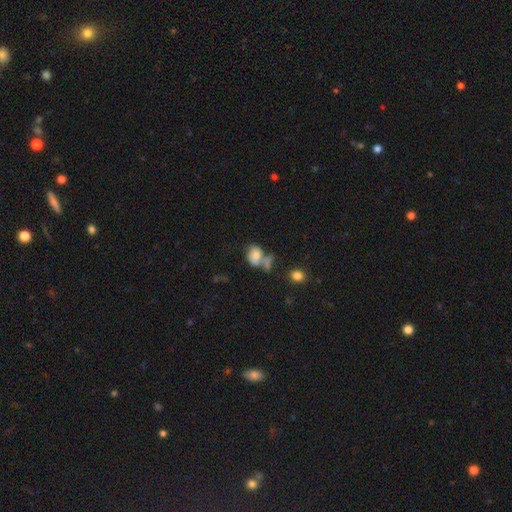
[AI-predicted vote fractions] Q: Smooth or featured?
A: smooth (70%); runner-up: featured or disk (19%)
Q: How rounded?
A: in between (65%); runner-up: round (34%)
Q: Merging?
A: merger (42%); runner-up: none (28%)